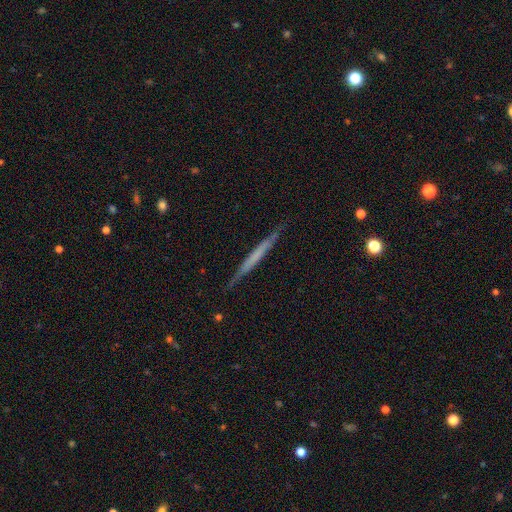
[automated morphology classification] featured or disk 53%, smooth 41%, star or artifact 6%. Down the decision tree: edge-on disk — yes (96%); edge-on bulge — none (87%); merging — none (87%).